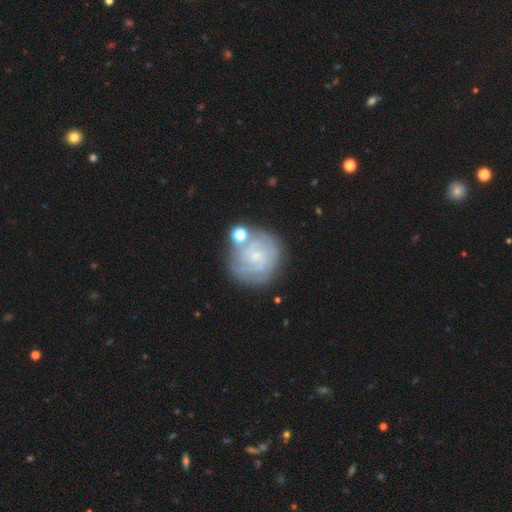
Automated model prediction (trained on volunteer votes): A featured or disk galaxy (76%) with no bar (67%), tight (69%) spiral arms (94%) and a small central bulge (70%).

Vote fractions:
- Smooth or featured? featured or disk: 76% / smooth: 17% / star or artifact: 8%
- Edge-on disk? no: 98% / yes: 2%
- Bar? no: 67% / weak: 28% / strong: 5%
- Spiral arms? yes: 94% / no: 6%
- Spiral winding? tight: 69% / medium: 25% / loose: 6%
- Spiral arm count? can't tell: 31% / 3: 24% / 2: 17% / 4: 15% / more than 4: 7% / 1: 5%
- Bulge size? small: 70% / none: 15% / moderate: 12% / large: 2% / dominant: 1%
- Merging? none: 70% / minor disturbance: 15% / merger: 9% / major disturbance: 7%